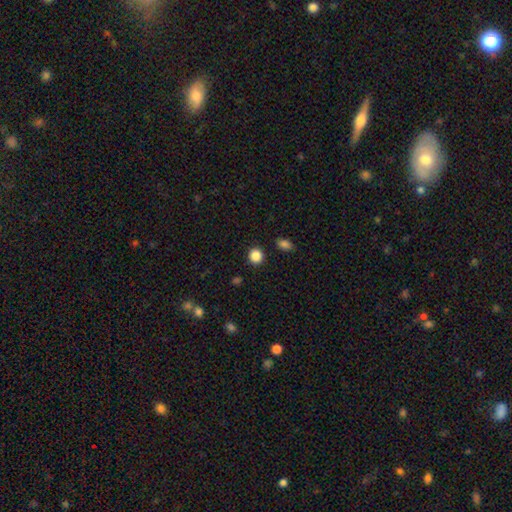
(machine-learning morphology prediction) A smooth galaxy with no disk features (86%) that is round (90%). Merging: none (91%).